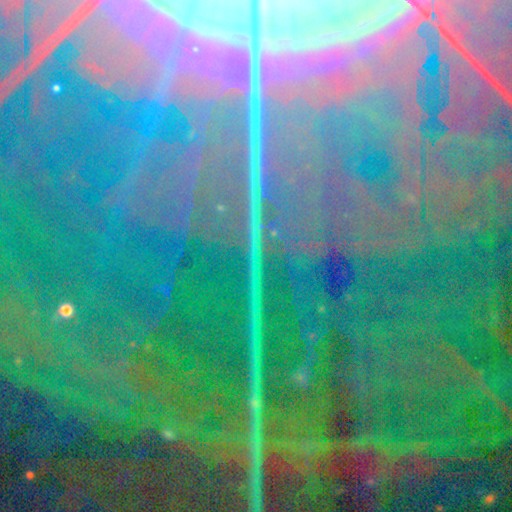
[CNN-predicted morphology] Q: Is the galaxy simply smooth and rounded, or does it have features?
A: star or artifact — 86%.